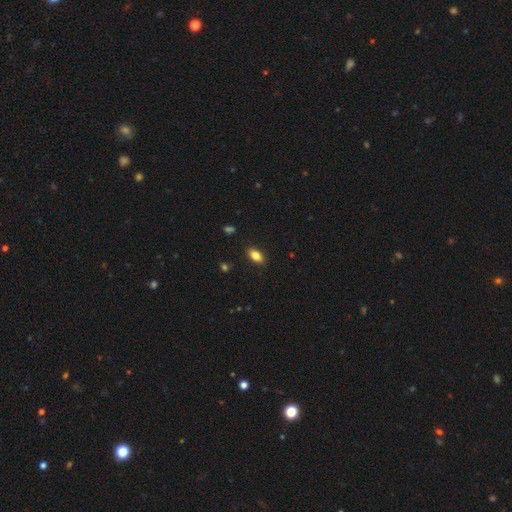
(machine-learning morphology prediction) A smooth galaxy with no disk features (83%) that is in between round and cigar-shaped (89%). Merging: none (88%).